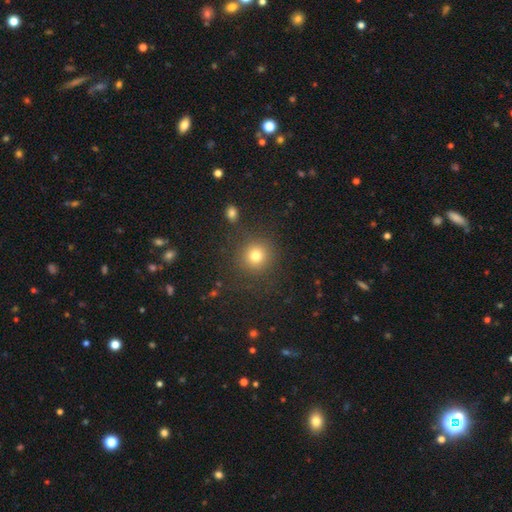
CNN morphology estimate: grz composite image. It shows a smooth galaxy with no disk features (78%) that is round (93%). Merging: none (84%).